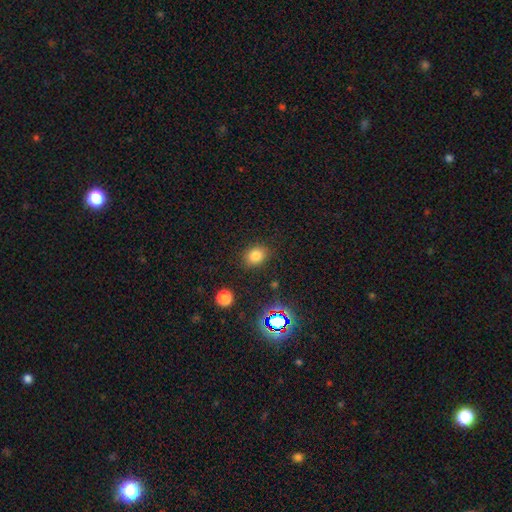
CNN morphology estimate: Smooth or featured?
  - smooth: 77% *
  - star or artifact: 15%
  - featured or disk: 7%
How rounded?
  - round: 50% *
  - in between: 49%
  - cigar-shaped: 1%
Merging?
  - none: 86% *
  - minor disturbance: 9%
  - major disturbance: 3%
  - merger: 2%